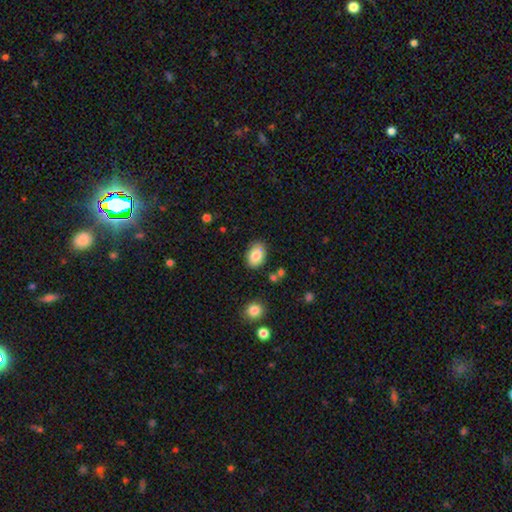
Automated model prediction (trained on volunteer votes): Q: Smooth or featured?
A: smooth (83%); runner-up: featured or disk (9%)
Q: How rounded?
A: in between (78%); runner-up: round (21%)
Q: Merging?
A: none (78%); runner-up: minor disturbance (15%)